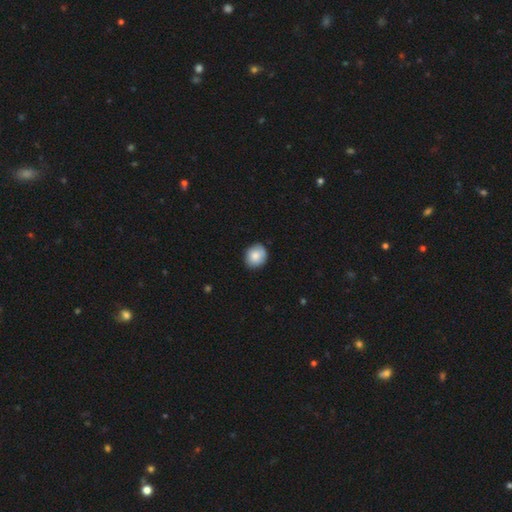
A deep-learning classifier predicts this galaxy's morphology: Overall: smooth (83%). How rounded: round (77%). Merging: none (82%).